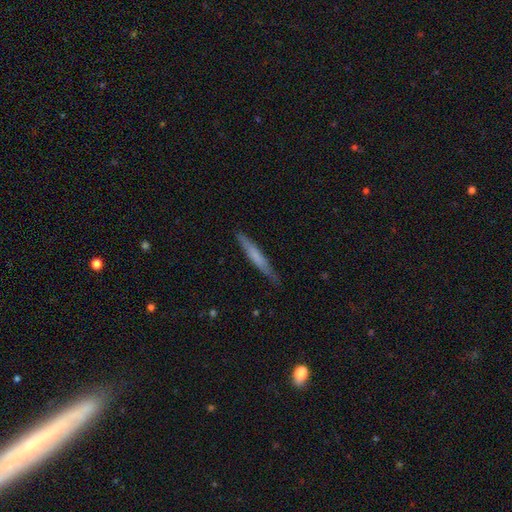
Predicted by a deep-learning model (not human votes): Overall: smooth (57%; featured or disk 38%). How rounded: cigar-shaped (95%). Merging: none (84%).